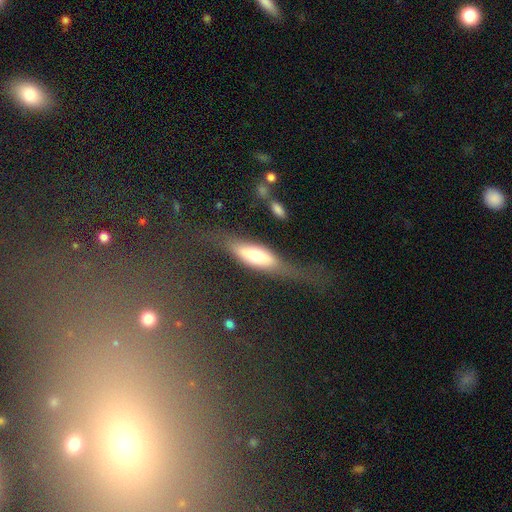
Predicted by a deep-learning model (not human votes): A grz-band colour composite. It shows a smooth galaxy with no disk features (49%). Merging: none (50%).